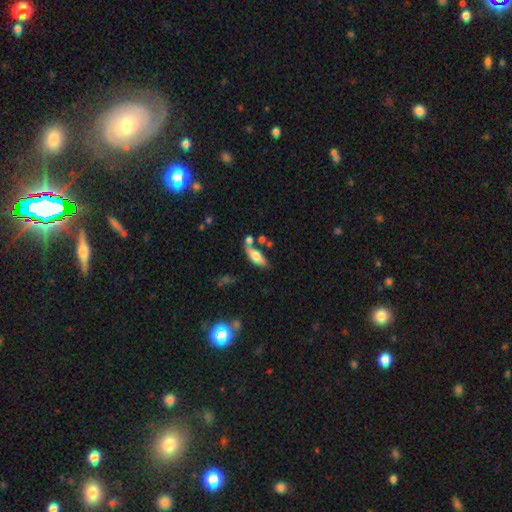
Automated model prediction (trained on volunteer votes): smooth-or-featured: smooth: 67% | featured or disk: 26% | star or artifact: 7%
  how-rounded: in between: 68% | cigar-shaped: 30% | round: 3%
  merging: none: 58% | merger: 19% | minor disturbance: 17% | major disturbance: 6%